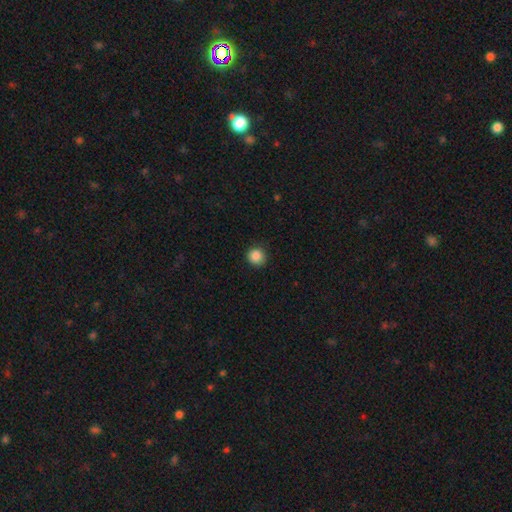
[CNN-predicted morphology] Smooth or featured: smooth — 87% (star or artifact — 10%)
How rounded: round — 92% (in between — 7%)
Merging: none — 89% (minor disturbance — 8%)